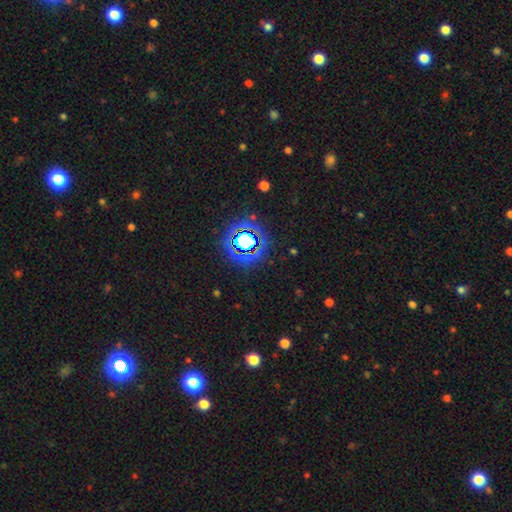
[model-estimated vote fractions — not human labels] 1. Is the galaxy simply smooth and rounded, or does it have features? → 80% star or artifact, 12% smooth, 8% featured or disk.